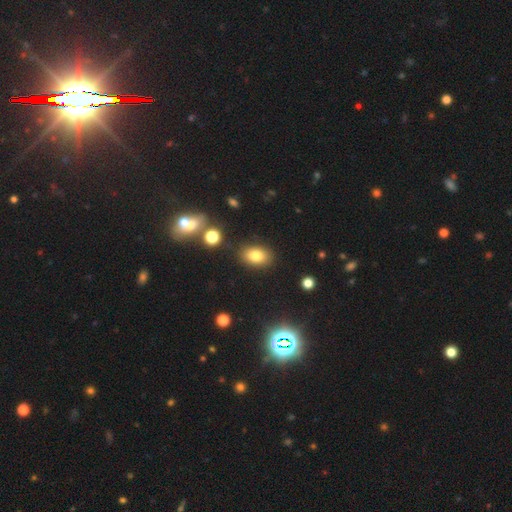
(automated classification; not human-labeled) Smooth or featured? Predicted: smooth (p=0.80). How rounded? Predicted: in between (p=0.83). Merging? Predicted: none (p=0.85).